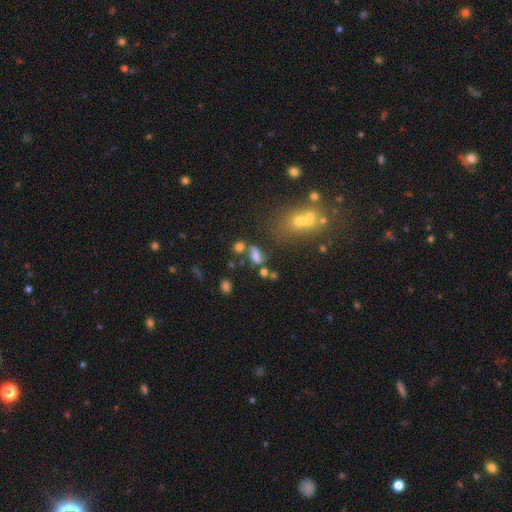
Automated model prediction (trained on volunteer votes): smooth 46%, featured or disk 36%, star or artifact 18%. Down the decision tree: merging — none (41%).